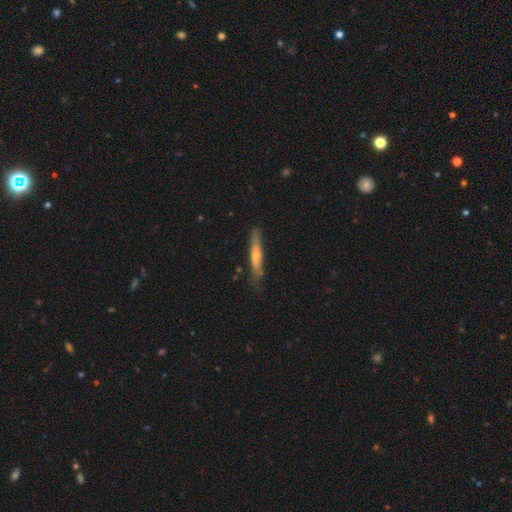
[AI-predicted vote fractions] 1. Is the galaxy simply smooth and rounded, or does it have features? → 48% featured or disk, 46% smooth, 6% star or artifact.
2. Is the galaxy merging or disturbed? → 75% none, 19% minor disturbance, 3% major disturbance, 2% merger.